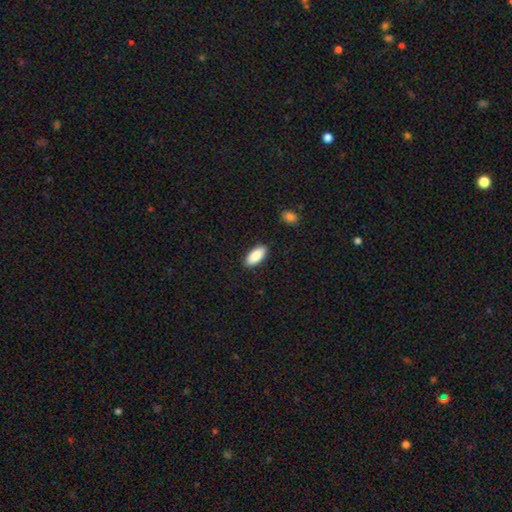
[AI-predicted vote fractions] smooth 88%, featured or disk 7%, star or artifact 6%. Down the decision tree: how rounded — in between (88%); merging — none (89%).